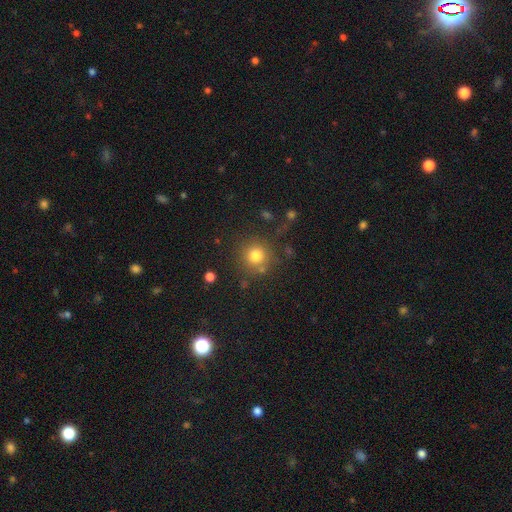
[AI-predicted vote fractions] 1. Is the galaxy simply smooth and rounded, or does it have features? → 80% smooth, 13% star or artifact, 8% featured or disk.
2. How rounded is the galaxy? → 93% round, 6% in between, 1% cigar-shaped.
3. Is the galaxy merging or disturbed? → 78% none, 10% minor disturbance, 6% merger, 5% major disturbance.